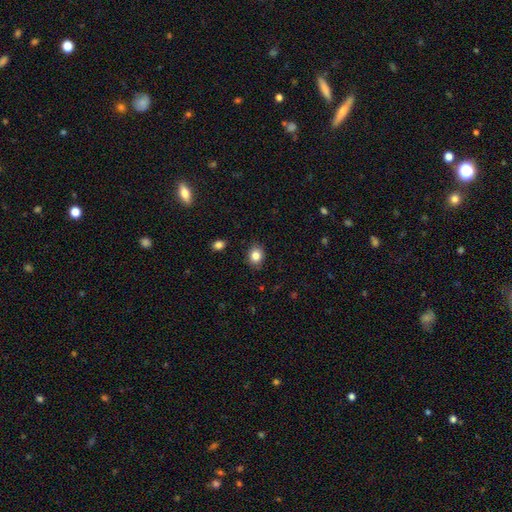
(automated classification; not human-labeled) smooth 84%, star or artifact 10%, featured or disk 6%. Down the decision tree: how rounded — round (56%); merging — none (87%).